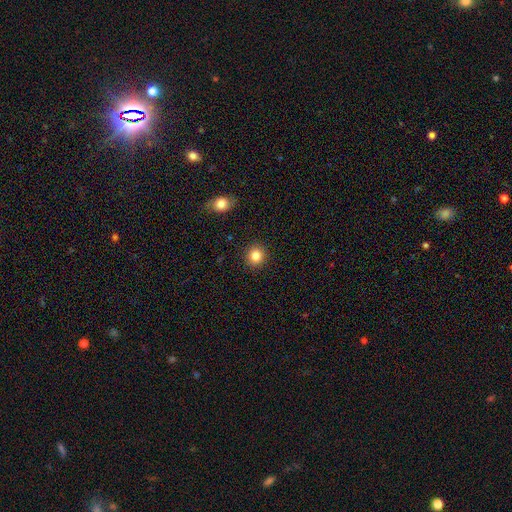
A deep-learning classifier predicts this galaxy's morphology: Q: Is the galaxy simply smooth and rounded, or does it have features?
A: smooth — 84%.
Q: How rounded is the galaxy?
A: round — 86%.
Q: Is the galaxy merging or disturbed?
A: none — 91%.